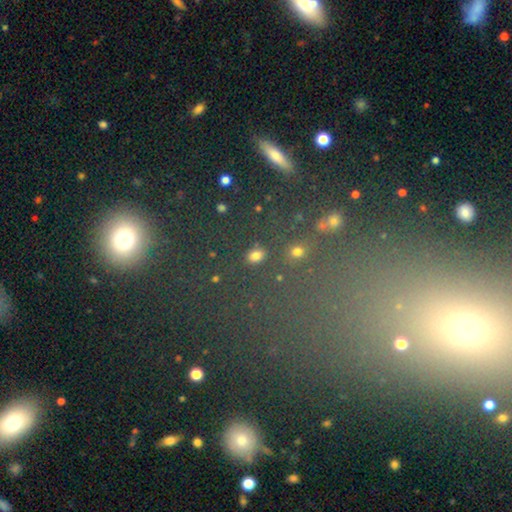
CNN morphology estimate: Smooth or featured?
  - smooth: 74% *
  - star or artifact: 19%
  - featured or disk: 6%
How rounded?
  - in between: 71% *
  - round: 27%
  - cigar-shaped: 2%
Merging?
  - none: 81% *
  - minor disturbance: 9%
  - merger: 5%
  - major disturbance: 5%